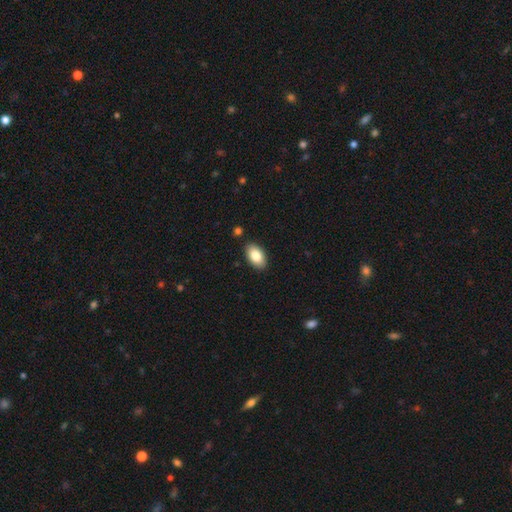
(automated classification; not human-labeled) smooth_or_featured: smooth (p=0.84) [alt: featured or disk p=0.09]
how_rounded: in between (p=0.94) [alt: round p=0.04]
merging: none (p=0.87) [alt: minor disturbance p=0.09]